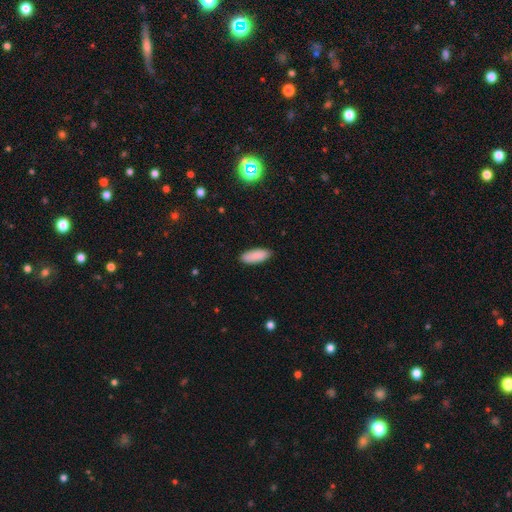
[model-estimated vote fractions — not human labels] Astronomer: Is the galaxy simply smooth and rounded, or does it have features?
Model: smooth — 89%.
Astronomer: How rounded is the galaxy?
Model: in between — 78%.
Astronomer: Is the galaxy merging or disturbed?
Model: none — 87%.